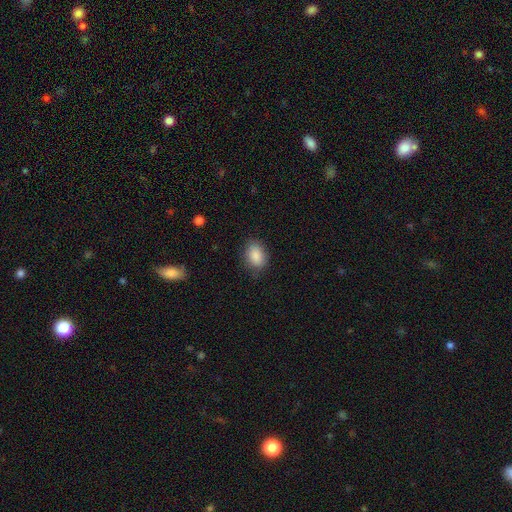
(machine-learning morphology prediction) Smooth or featured? smooth (88%)
How rounded? in between (83%)
Merging? none (81%)